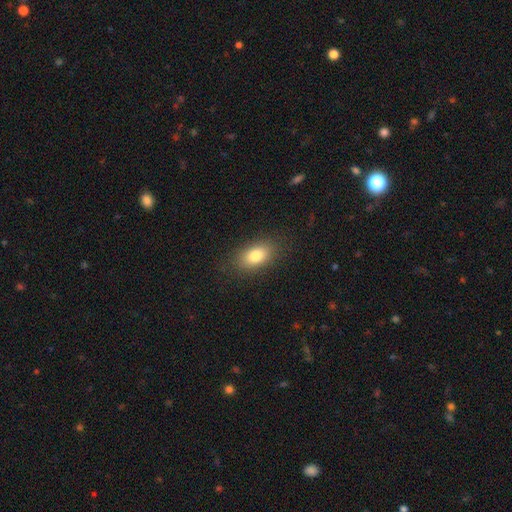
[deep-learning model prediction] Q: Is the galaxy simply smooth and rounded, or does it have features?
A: smooth — 81%.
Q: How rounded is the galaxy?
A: in between — 87%.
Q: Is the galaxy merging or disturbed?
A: none — 85%.